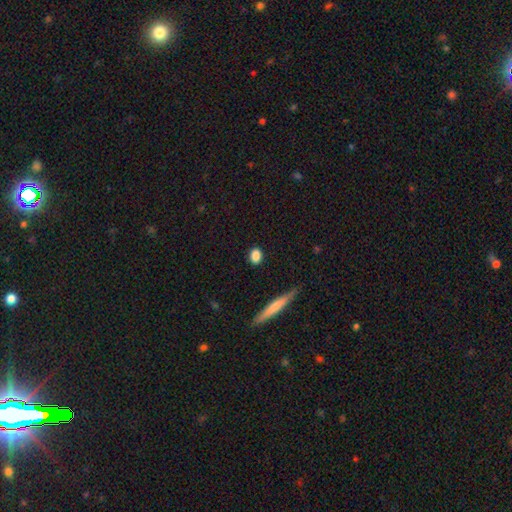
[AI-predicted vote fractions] This appears to be a smooth galaxy with no disk features (85%) that is in between round and cigar-shaped (64%). Merging: none (87%).